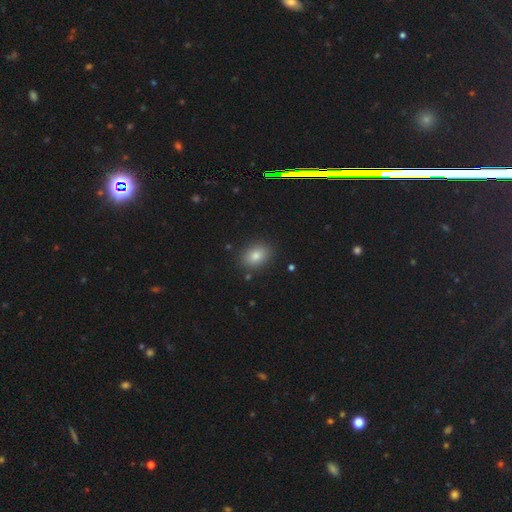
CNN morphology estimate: Smooth or featured?
  - smooth: 80% *
  - star or artifact: 13%
  - featured or disk: 8%
How rounded?
  - in between: 64% *
  - round: 35%
  - cigar-shaped: 1%
Merging?
  - none: 87% *
  - minor disturbance: 8%
  - major disturbance: 2%
  - merger: 2%